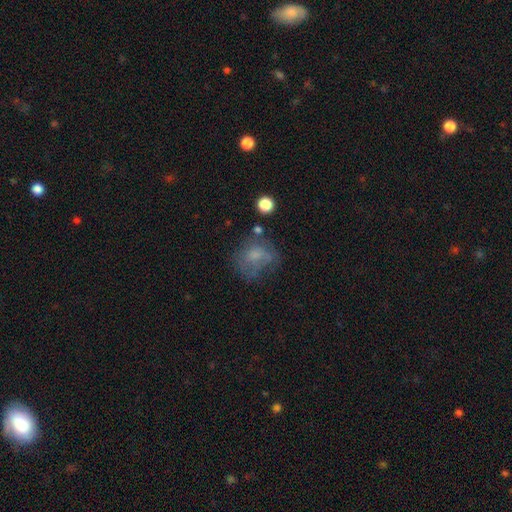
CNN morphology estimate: Q: Smooth or featured?
A: smooth (53%); runner-up: featured or disk (31%)
Q: How rounded?
A: round (61%); runner-up: in between (38%)
Q: Merging?
A: none (42%); runner-up: major disturbance (27%)